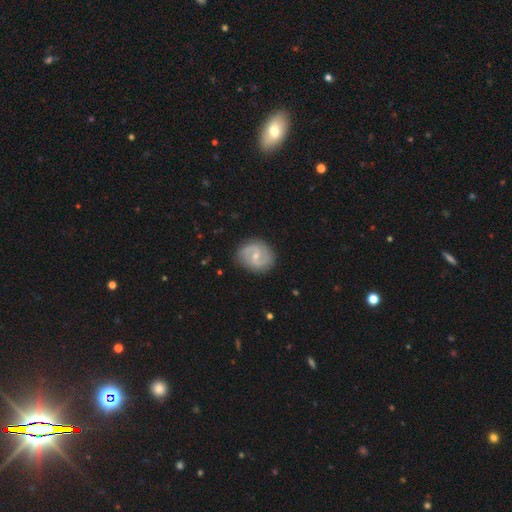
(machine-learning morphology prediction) featured or disk 82%, smooth 13%, star or artifact 5%. Down the decision tree: edge-on disk — no (98%); bar — weak (54%); spiral arms — yes (94%); spiral arm count — 2 (92%); spiral winding — medium (53%); bulge size — small (62%); merging — none (85%).